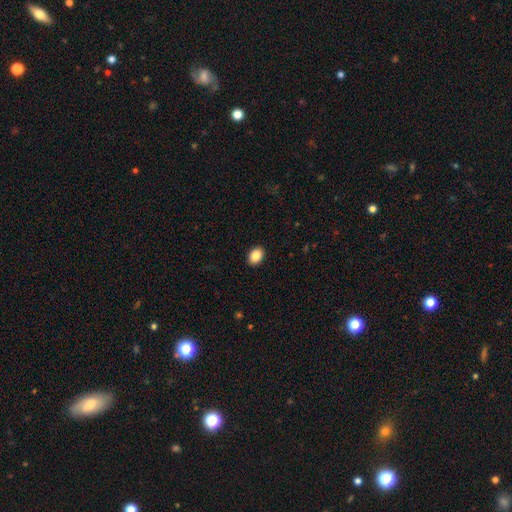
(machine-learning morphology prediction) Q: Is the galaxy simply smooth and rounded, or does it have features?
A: smooth — 86%.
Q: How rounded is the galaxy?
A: in between — 75%.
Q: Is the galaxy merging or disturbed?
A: none — 91%.